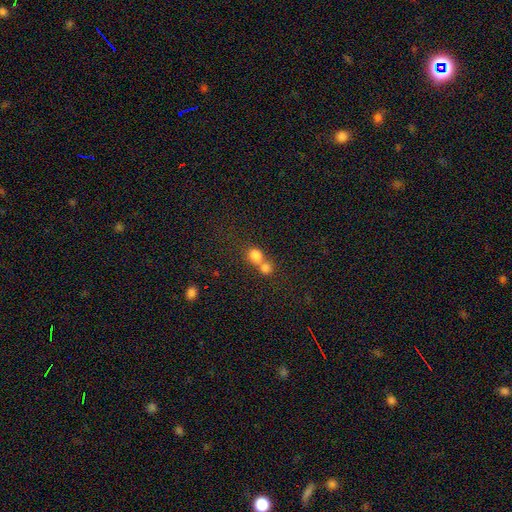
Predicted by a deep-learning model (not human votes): Smooth or featured: smooth — 78% (star or artifact — 11%)
How rounded: round — 68% (in between — 30%)
Merging: merger — 66% (none — 27%)